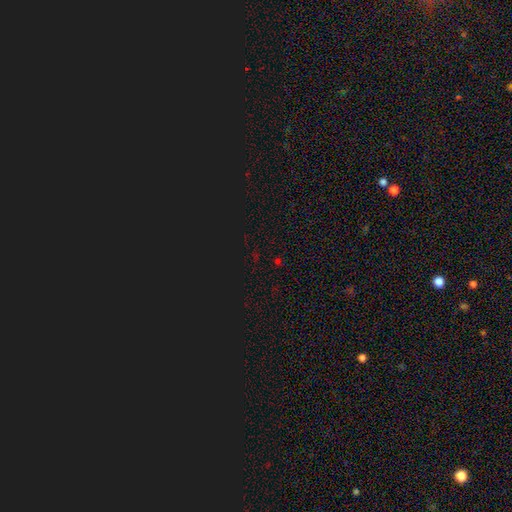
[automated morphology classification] star or artifact 75%, smooth 18%, featured or disk 7%.